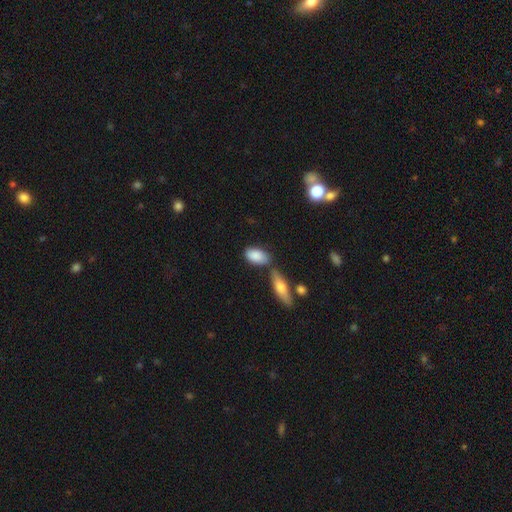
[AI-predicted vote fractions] The model was most divided on "merging": none: 57%, merger: 20%, minor disturbance: 18%, major disturbance: 5%. More confident: how rounded — in between (90%); smooth or featured — smooth (84%).